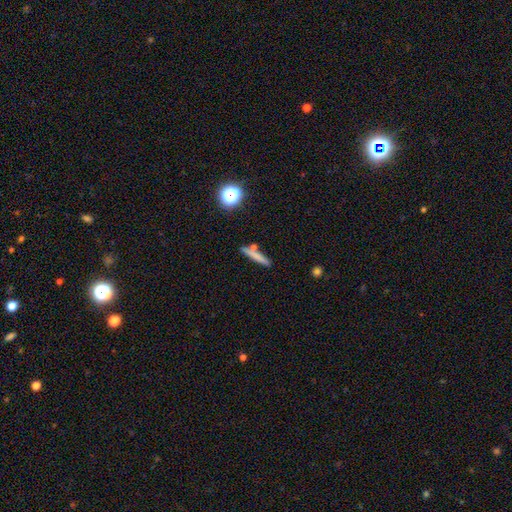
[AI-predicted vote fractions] Smooth or featured? smooth (70%)
How rounded? cigar-shaped (90%)
Merging? none (73%)